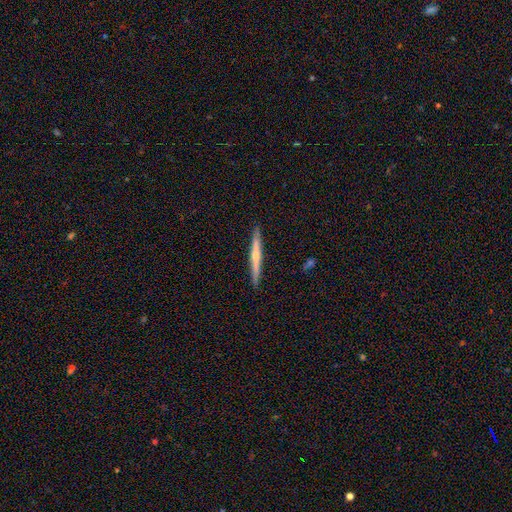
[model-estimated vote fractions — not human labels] The model was most divided on "smooth or featured": featured or disk: 55%, smooth: 40%, star or artifact: 6%. More confident: edge-on disk — yes (97%); merging — none (91%); edge-on bulge — rounded (60%).